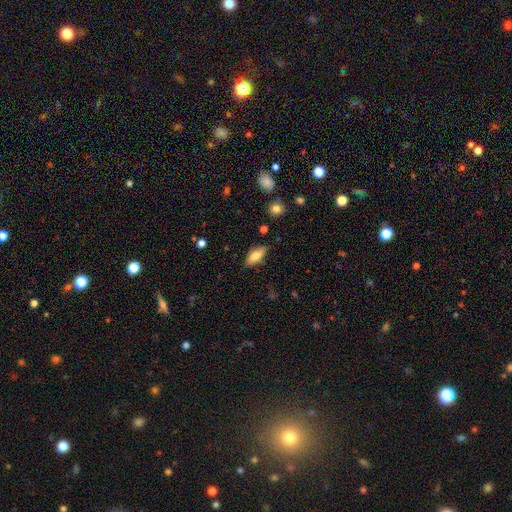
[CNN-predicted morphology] Q: Smooth or featured?
A: smooth (70%); runner-up: featured or disk (23%)
Q: How rounded?
A: in between (76%); runner-up: cigar-shaped (21%)
Q: Merging?
A: none (81%); runner-up: minor disturbance (14%)